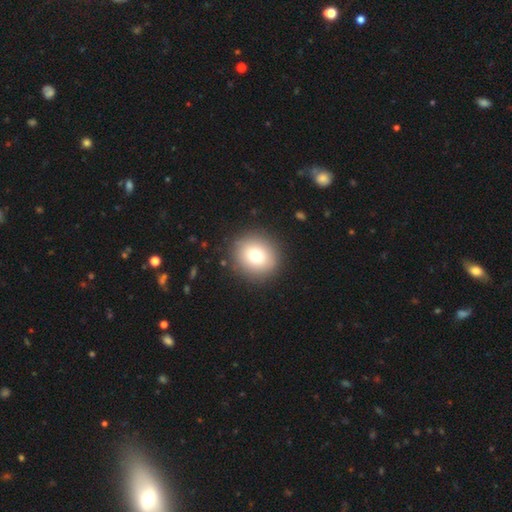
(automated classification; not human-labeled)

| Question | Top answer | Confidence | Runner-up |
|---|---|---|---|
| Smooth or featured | smooth | 77% | featured or disk (12%) |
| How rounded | round | 85% | in between (14%) |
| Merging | none | 90% | minor disturbance (6%) |